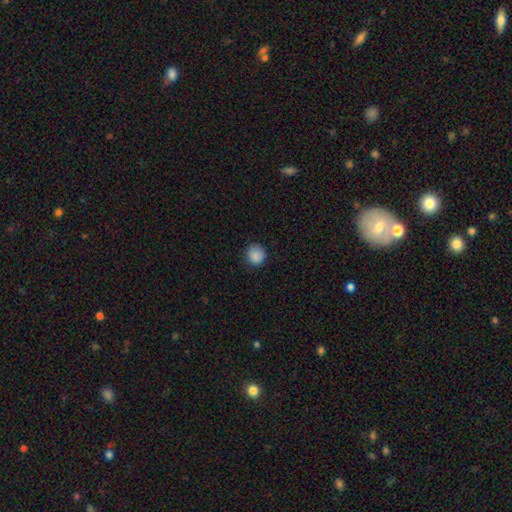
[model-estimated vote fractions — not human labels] This appears to be a smooth galaxy with no disk features (87%) that is round (87%). Merging: none (79%).